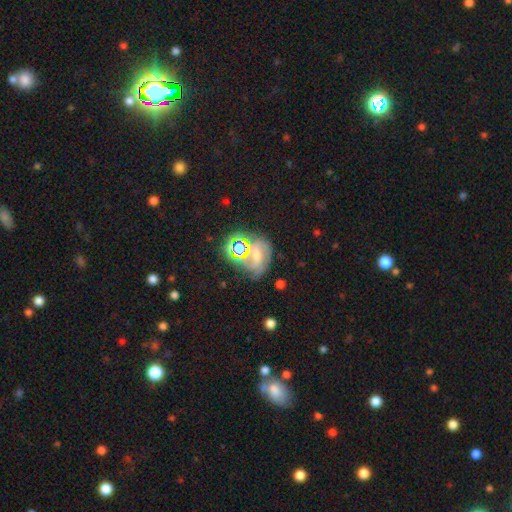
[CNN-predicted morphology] Q: Smooth or featured?
A: featured or disk (39%); runner-up: star or artifact (37%)
Q: Merging?
A: none (53%); runner-up: minor disturbance (18%)